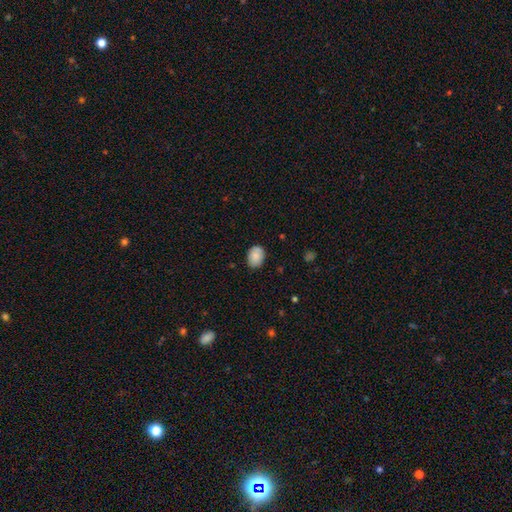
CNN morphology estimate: Smooth or featured? Predicted: smooth (p=0.87). How rounded? Predicted: in between (p=0.67). Merging? Predicted: none (p=0.82).